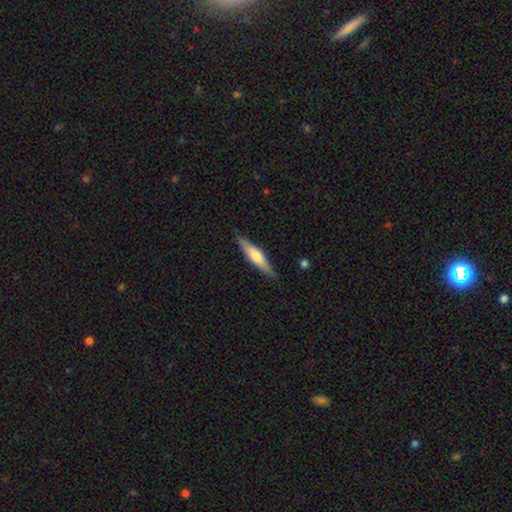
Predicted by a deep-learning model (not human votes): smooth 48%, featured or disk 47%, star or artifact 6%. Down the decision tree: merging — none (86%).